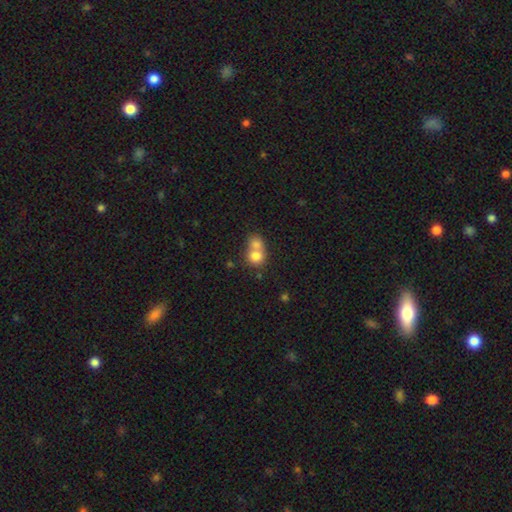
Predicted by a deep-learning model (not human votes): A smooth galaxy with no disk features (75%) that is round (74%). Merging: merger (68%).